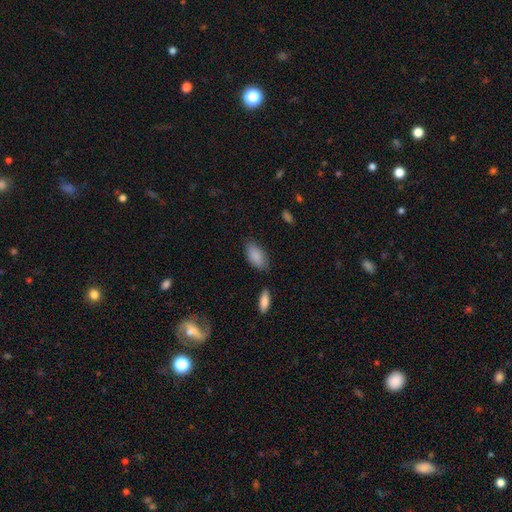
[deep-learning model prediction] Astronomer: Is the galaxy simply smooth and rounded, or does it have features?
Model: smooth — 88%.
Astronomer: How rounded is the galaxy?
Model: in between — 91%.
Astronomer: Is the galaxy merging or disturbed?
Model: none — 77%.